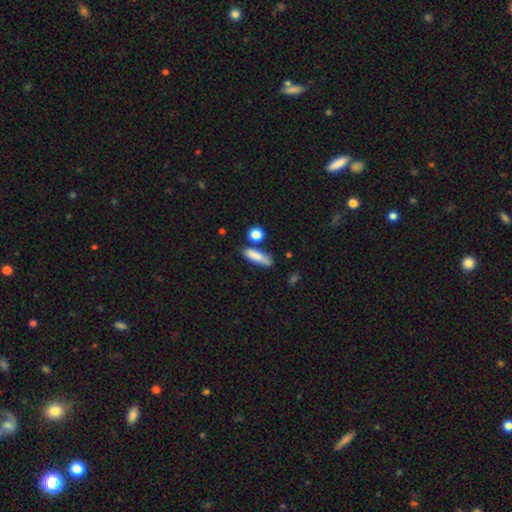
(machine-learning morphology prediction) This is clearly a smooth galaxy (83%). How rounded: possibly cigar-shaped (48%). Merging: likely none (65%).